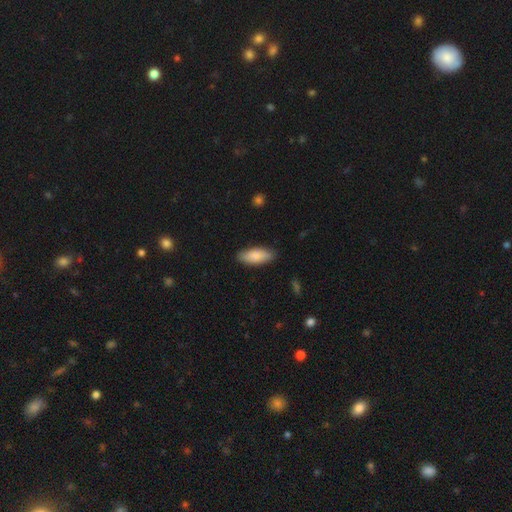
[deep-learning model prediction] Smooth or featured: smooth — 82% (featured or disk — 12%)
How rounded: in between — 81% (cigar-shaped — 17%)
Merging: none — 85% (minor disturbance — 11%)